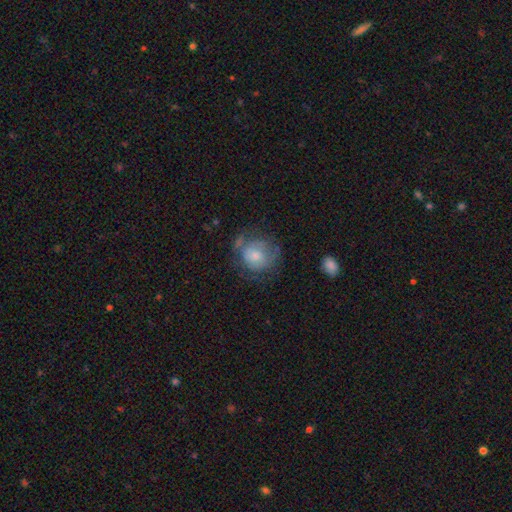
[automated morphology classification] smooth-or-featured: smooth: 50% | featured or disk: 41% | star or artifact: 9%
  merging: none: 53% | minor disturbance: 24% | major disturbance: 19% | merger: 4%